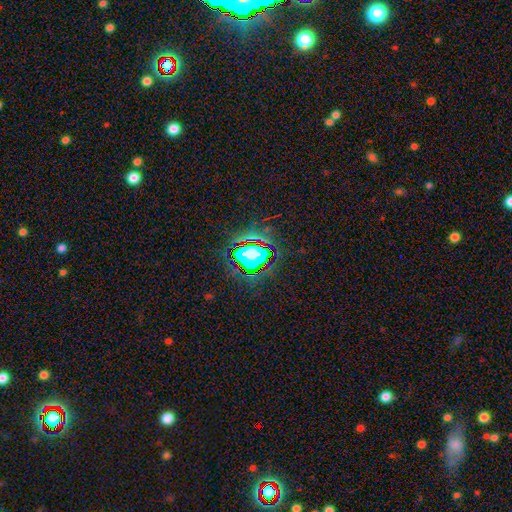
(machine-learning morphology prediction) This is clearly a star or artifact rather than a galaxy (81%).